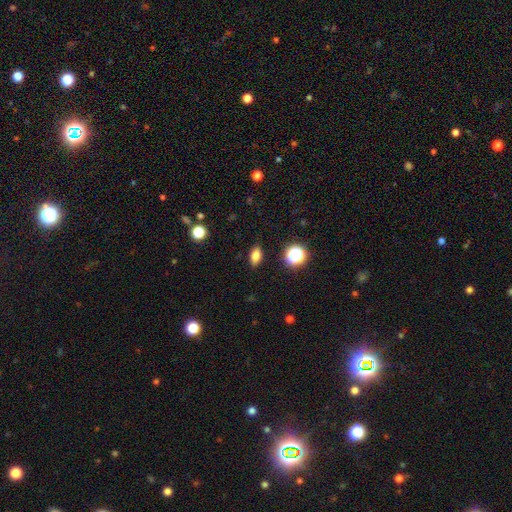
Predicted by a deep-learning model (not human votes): Morphology: type=smooth (79%); roundness=in between (82%); merging=none (88%).